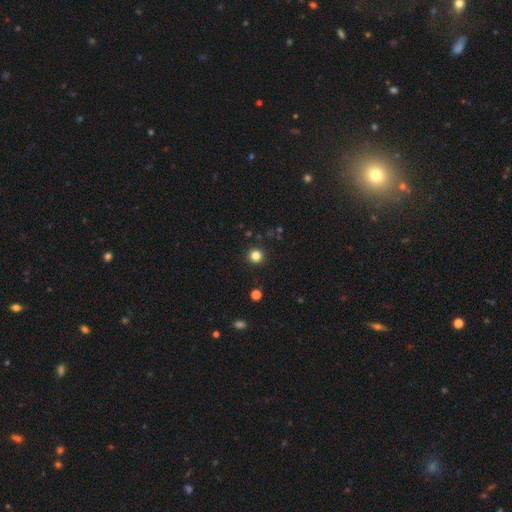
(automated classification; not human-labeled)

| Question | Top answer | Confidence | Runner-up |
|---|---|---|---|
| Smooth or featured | smooth | 82% | star or artifact (13%) |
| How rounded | round | 95% | in between (4%) |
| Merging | none | 92% | minor disturbance (5%) |